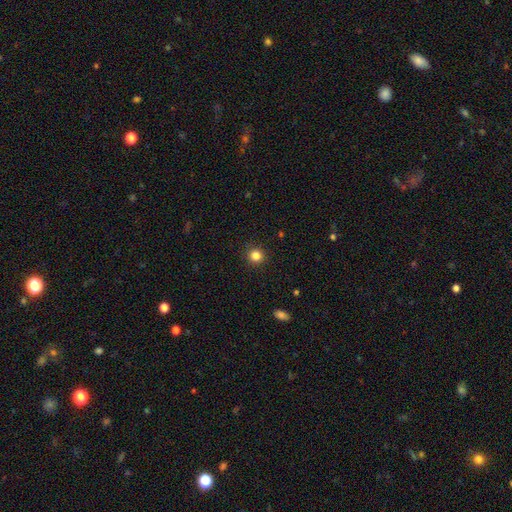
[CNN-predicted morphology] type=smooth (84%); roundness=round (93%); merging=none (92%).